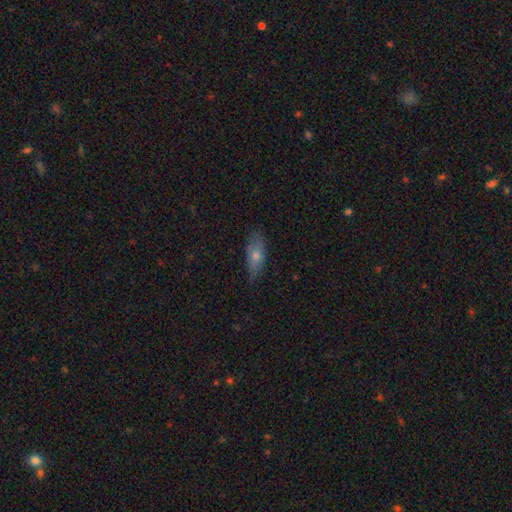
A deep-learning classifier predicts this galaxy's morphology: The model was most divided on "smooth or featured": smooth: 60%, featured or disk: 32%, star or artifact: 8%. More confident: merging — none (74%); how rounded — in between (67%).